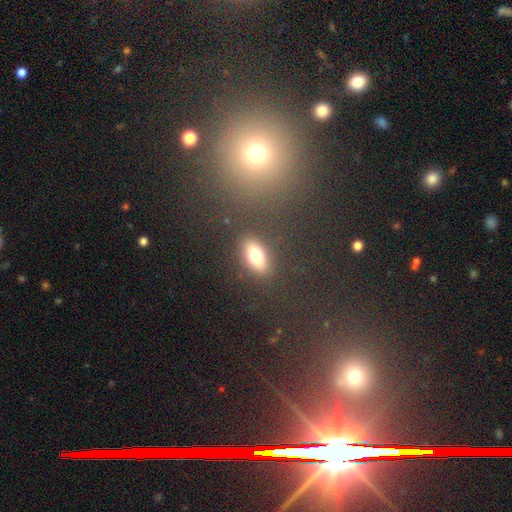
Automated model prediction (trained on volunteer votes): This appears to be a smooth galaxy with no disk features (71%) that is in between round and cigar-shaped (77%). Merging: none (84%).